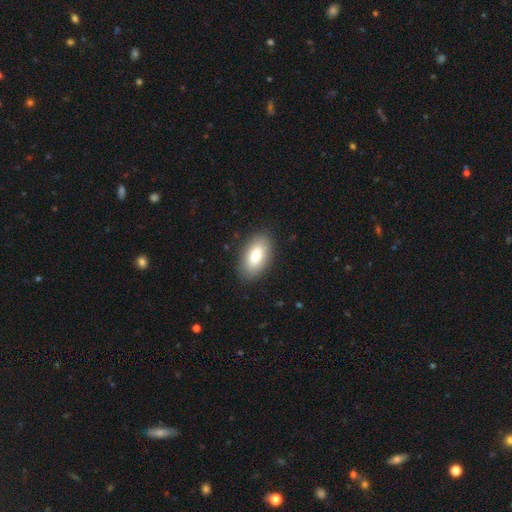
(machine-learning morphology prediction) This appears to be a smooth galaxy with no disk features (83%) that is in between round and cigar-shaped (93%). Merging: none (87%).